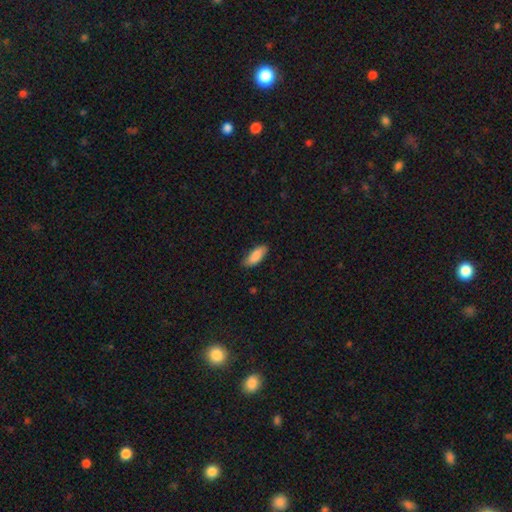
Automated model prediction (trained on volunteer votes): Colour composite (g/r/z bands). It shows a smooth galaxy with no disk features (86%) that is in between round and cigar-shaped (74%). Merging: none (81%).